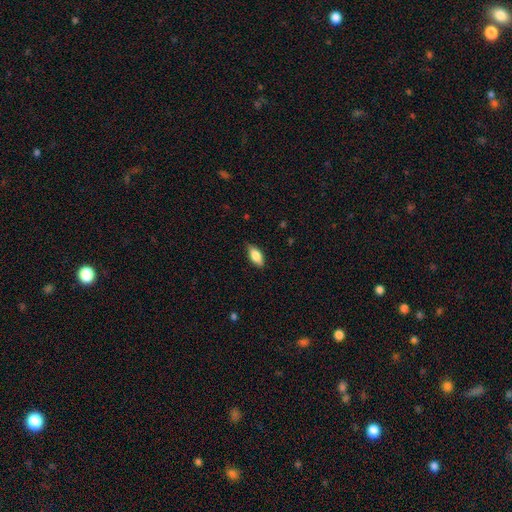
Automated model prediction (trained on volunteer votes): Smooth or featured?
  - smooth: 81% *
  - featured or disk: 12%
  - star or artifact: 6%
How rounded?
  - in between: 86% *
  - cigar-shaped: 11%
  - round: 3%
Merging?
  - none: 82% *
  - minor disturbance: 15%
  - major disturbance: 2%
  - merger: 1%